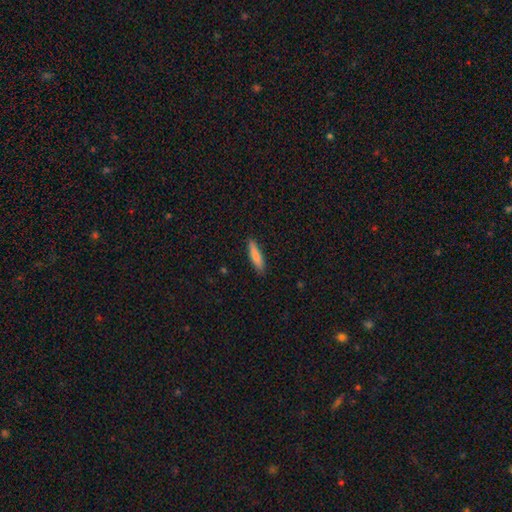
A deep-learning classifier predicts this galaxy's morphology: type=smooth (80%); roundness=cigar-shaped (79%); merging=none (87%).